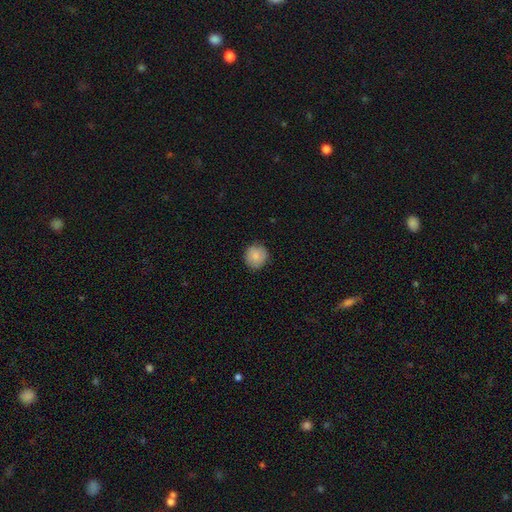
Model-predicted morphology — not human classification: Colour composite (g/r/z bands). It shows a smooth galaxy with no disk features (85%) that is round (92%). Merging: none (87%).